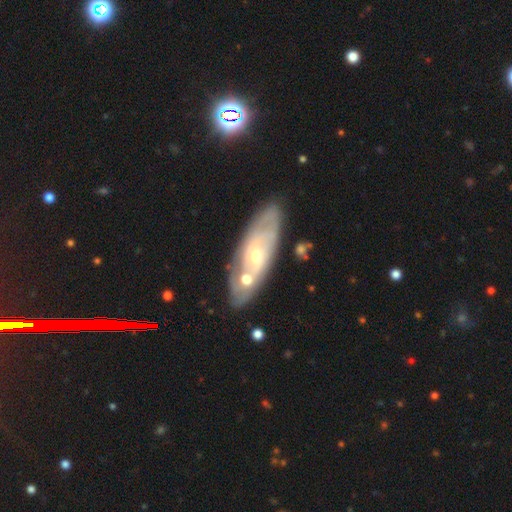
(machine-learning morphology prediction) Smooth or featured?
  - featured or disk: 65% *
  - smooth: 27%
  - star or artifact: 8%
Edge-on disk?
  - no: 80% *
  - yes: 20%
Bar?
  - no: 71% *
  - weak: 24%
  - strong: 5%
Spiral arms?
  - yes: 61% *
  - no: 39%
Bulge size?
  - small: 60% *
  - moderate: 36%
  - large: 2%
  - none: 2%
  - dominant: 1%
Merging?
  - none: 67% *
  - minor disturbance: 15%
  - merger: 13%
  - major disturbance: 5%